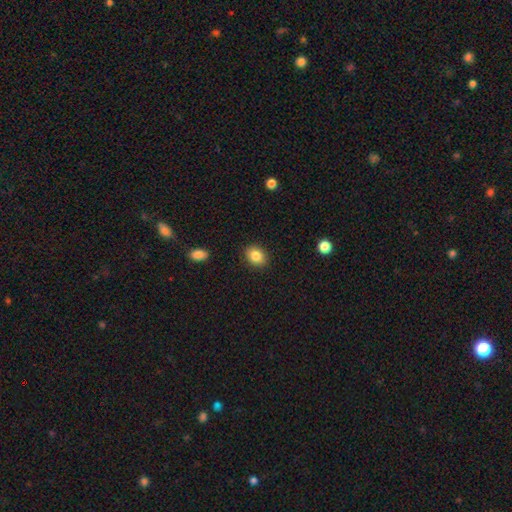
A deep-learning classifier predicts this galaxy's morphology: This is clearly a smooth galaxy (85%). How rounded: possibly in between (59%). Merging: clearly none (89%).